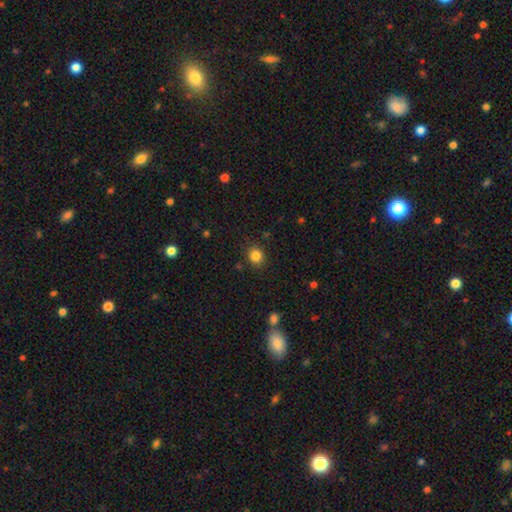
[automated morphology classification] type=smooth (84%); roundness=round (75%); merging=none (87%).